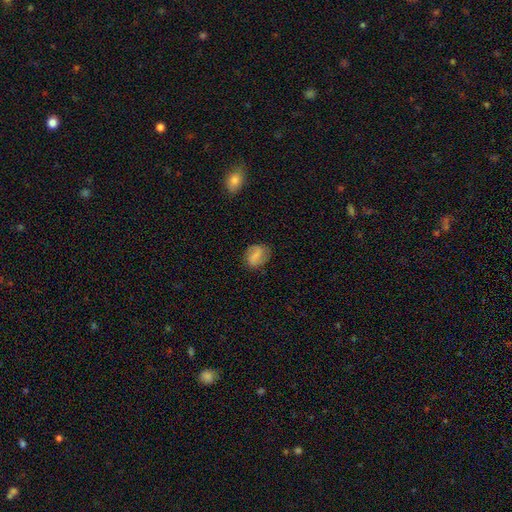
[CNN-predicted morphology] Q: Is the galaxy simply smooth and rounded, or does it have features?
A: smooth — 47%.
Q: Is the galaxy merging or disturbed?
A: none — 75%.